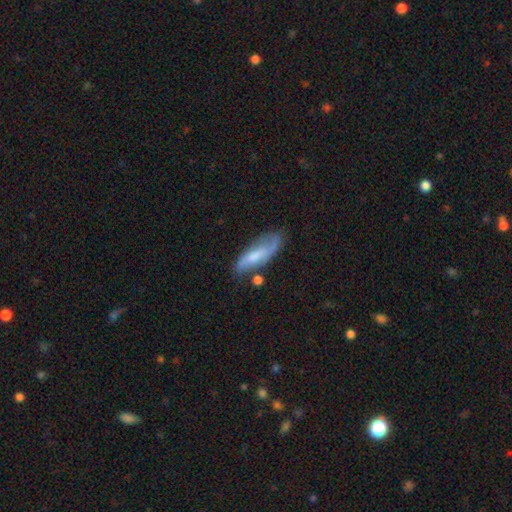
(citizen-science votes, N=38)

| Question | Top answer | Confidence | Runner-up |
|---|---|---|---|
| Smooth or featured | featured or disk | 55% | smooth (42%) |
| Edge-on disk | no | 90% | yes (10%) |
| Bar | weak | 58% | no (32%) |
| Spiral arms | yes | 89% | no (11%) |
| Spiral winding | loose | 53% | medium (29%) |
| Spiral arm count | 2 | 71% | 1 (24%) |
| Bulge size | small | 42% | moderate (37%) |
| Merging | none | 59% | minor disturbance (27%) |